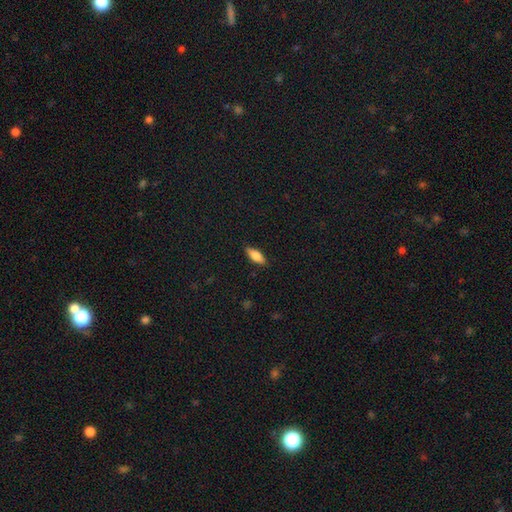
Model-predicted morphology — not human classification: Overall: smooth (76%). How rounded: in between (72%). Merging: none (87%).